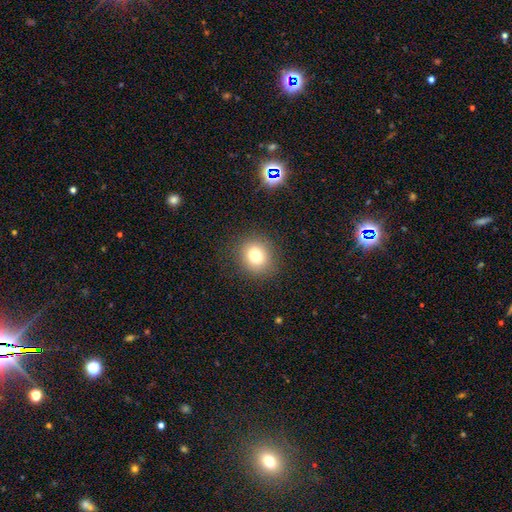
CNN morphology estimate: smooth-or-featured: smooth: 77% | star or artifact: 13% | featured or disk: 10%
  how-rounded: round: 78% | in between: 21% | cigar-shaped: 1%
  merging: none: 87% | minor disturbance: 8% | major disturbance: 3% | merger: 1%